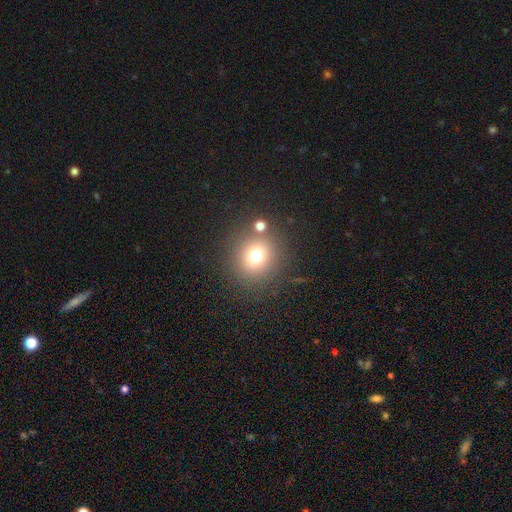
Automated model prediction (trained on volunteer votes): Smooth or featured?
  - smooth: 72% *
  - star or artifact: 17%
  - featured or disk: 11%
How rounded?
  - round: 87% *
  - in between: 12%
  - cigar-shaped: 1%
Merging?
  - none: 79% *
  - minor disturbance: 9%
  - merger: 8%
  - major disturbance: 4%